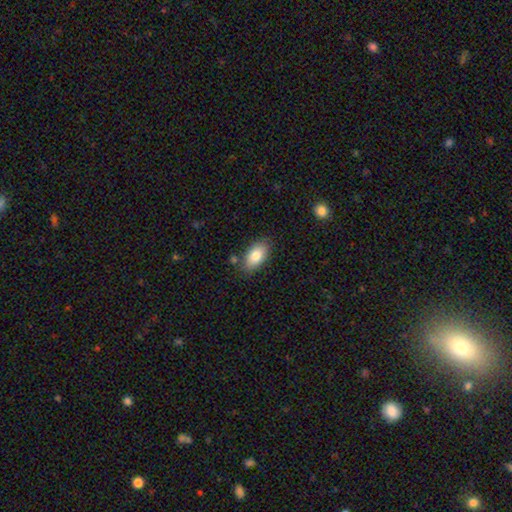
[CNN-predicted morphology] This is clearly a smooth galaxy (83%). How rounded: clearly in between (93%). Merging: likely none (79%).